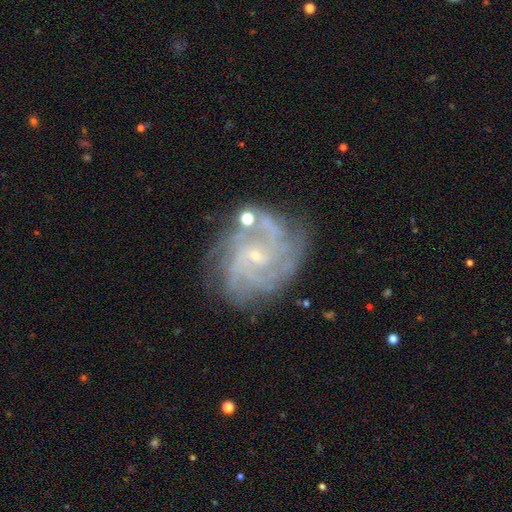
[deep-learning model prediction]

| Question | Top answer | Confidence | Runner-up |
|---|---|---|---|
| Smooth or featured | featured or disk | 87% | star or artifact (7%) |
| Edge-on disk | no | 98% | yes (2%) |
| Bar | no | 61% | weak (32%) |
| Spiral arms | yes | 97% | no (3%) |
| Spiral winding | tight | 59% | medium (33%) |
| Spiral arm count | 4 | 29% | can't tell (22%) |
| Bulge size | small | 84% | moderate (11%) |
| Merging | none | 72% | minor disturbance (17%) |